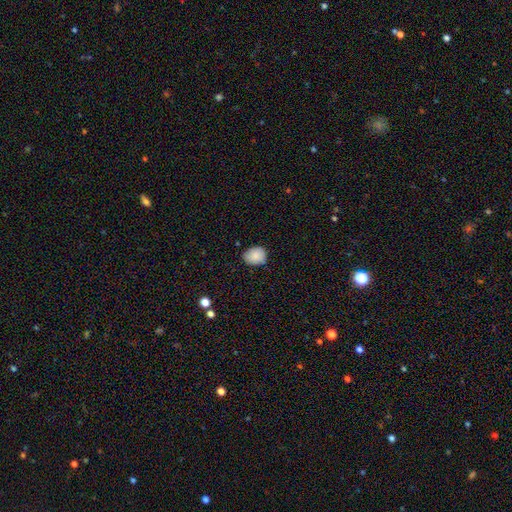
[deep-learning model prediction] smooth-or-featured: smooth: 87% | star or artifact: 8% | featured or disk: 6%
  how-rounded: round: 50% | in between: 49% | cigar-shaped: 1%
  merging: none: 73% | minor disturbance: 23% | major disturbance: 3% | merger: 2%